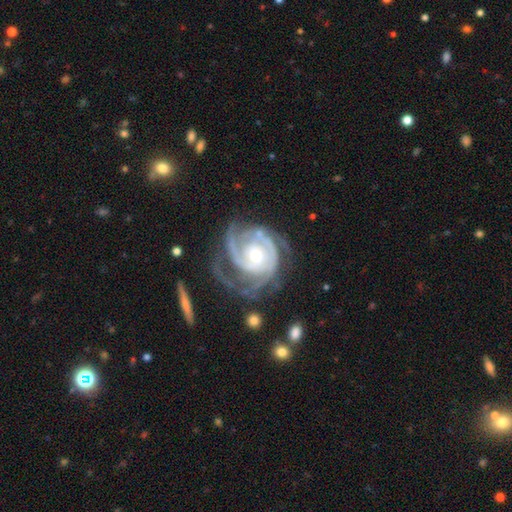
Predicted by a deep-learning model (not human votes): Overall: featured or disk (92%). Edge-on disk: no (98%). Bar: no (74%). Spiral arms: yes (97%). Spiral arm count: 3 (38%; 2 23%). Spiral winding: tight (70%). Bulge size: moderate (52%; small 43%). Merging: none (58%; minor disturbance 22%).